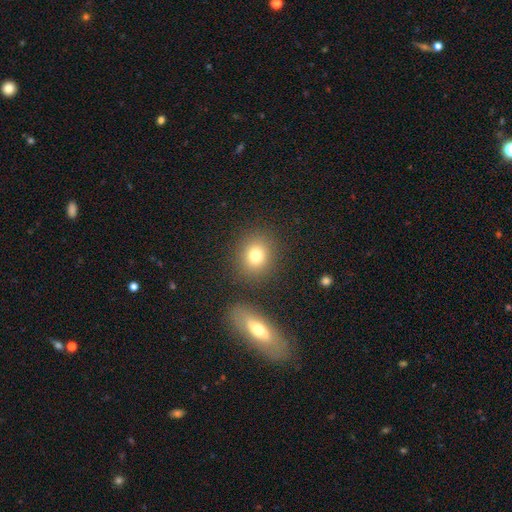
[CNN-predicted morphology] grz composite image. It shows a smooth galaxy with no disk features (77%) that is round (75%). Merging: none (82%).